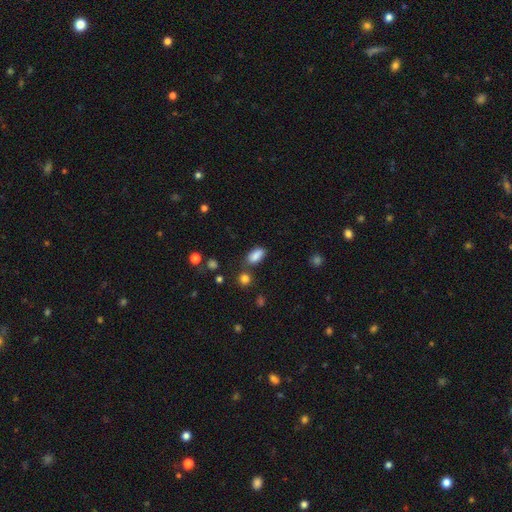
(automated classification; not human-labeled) A smooth galaxy with no disk features (86%) that is in between round and cigar-shaped (88%). Merging: none (71%).